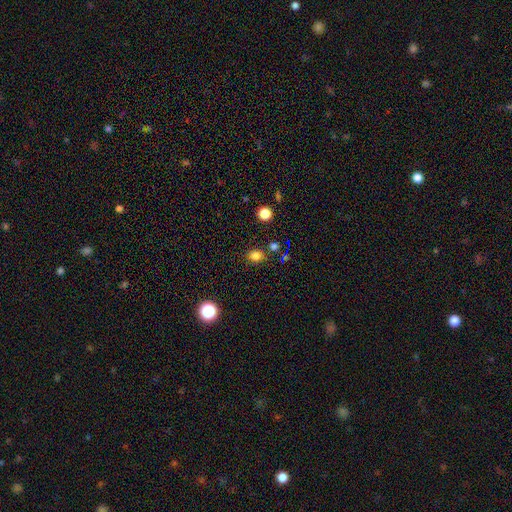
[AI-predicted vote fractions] A smooth galaxy with no disk features (79%) that is round (55%). Merging: none (81%).